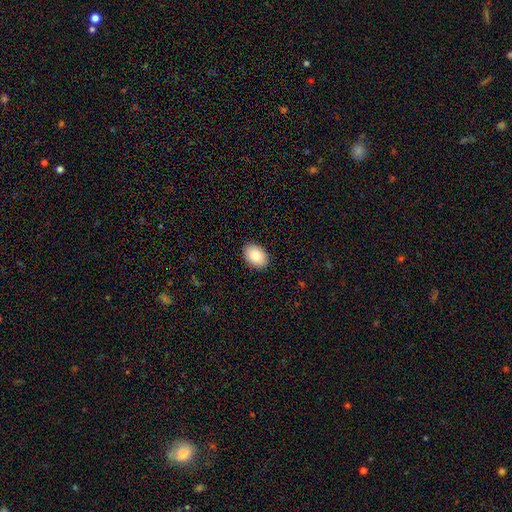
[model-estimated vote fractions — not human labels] Overall: smooth (87%). How rounded: in between (86%). Merging: none (90%).